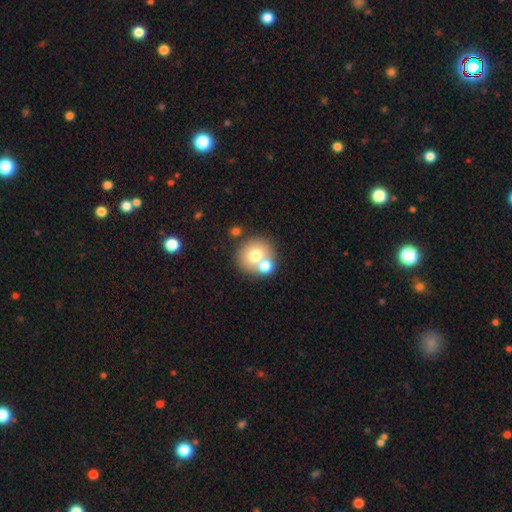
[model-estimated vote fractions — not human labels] smooth-or-featured: smooth: 69% | featured or disk: 20% | star or artifact: 11%
  how-rounded: round: 85% | in between: 14% | cigar-shaped: 1%
  merging: none: 53% | merger: 36% | minor disturbance: 8% | major disturbance: 3%